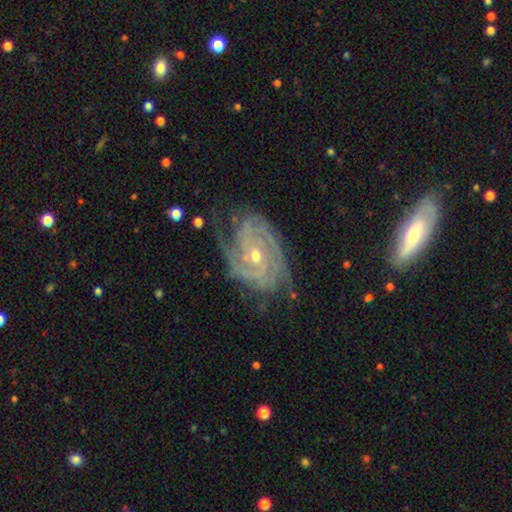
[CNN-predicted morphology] This is clearly a featured or disk galaxy (90%). It is clearly not viewed edge-on (96%). Bar: likely no (66%). Spiral arm pattern: clearly yes (98%). Spiral arm count: marginally 3 (26%). Spiral winding: likely tight (74%). Central bulge: possibly small (51%). Merging: likely none (68%).